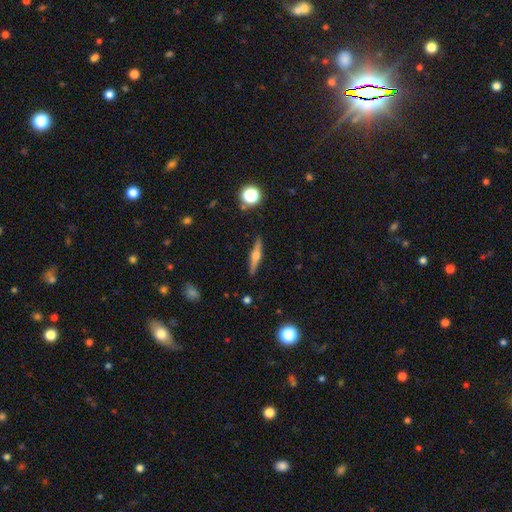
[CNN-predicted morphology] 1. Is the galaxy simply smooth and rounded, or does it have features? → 69% featured or disk, 24% smooth, 7% star or artifact.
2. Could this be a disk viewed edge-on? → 97% yes, 3% no.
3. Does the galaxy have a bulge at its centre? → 90% rounded, 7% boxy, 3% none.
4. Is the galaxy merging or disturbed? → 90% none, 7% minor disturbance, 2% major disturbance, 1% merger.